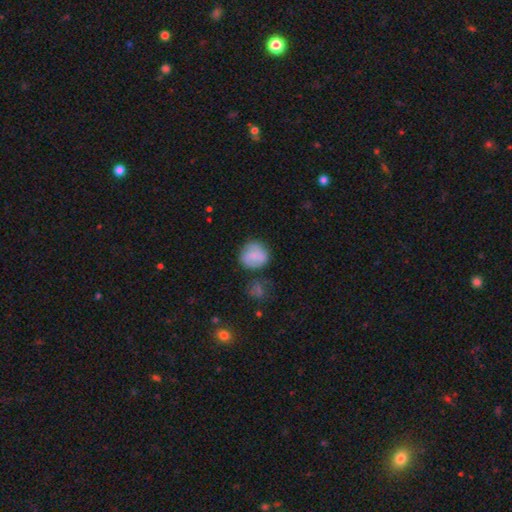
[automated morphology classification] Smooth or featured?
  - smooth: 72% *
  - featured or disk: 20%
  - star or artifact: 8%
How rounded?
  - round: 83% *
  - in between: 16%
  - cigar-shaped: 1%
Merging?
  - none: 66% *
  - minor disturbance: 21%
  - major disturbance: 7%
  - merger: 6%